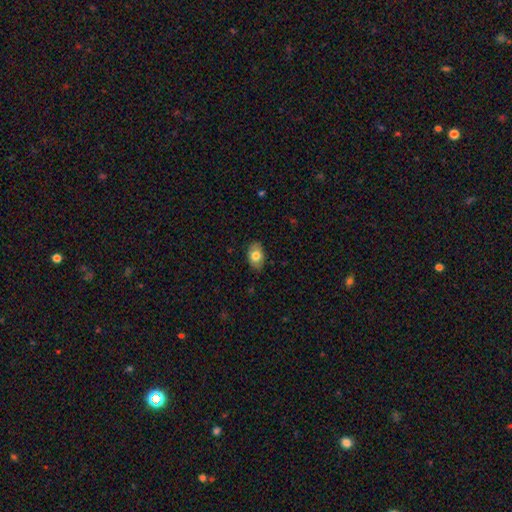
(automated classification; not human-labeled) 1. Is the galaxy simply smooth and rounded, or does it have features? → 75% smooth, 18% featured or disk, 7% star or artifact.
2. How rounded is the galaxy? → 87% in between, 11% round, 1% cigar-shaped.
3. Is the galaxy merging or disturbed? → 82% none, 14% minor disturbance, 2% major disturbance, 1% merger.